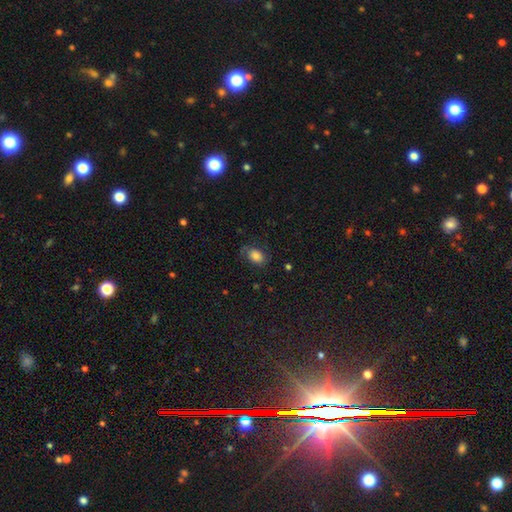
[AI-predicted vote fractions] Smooth or featured?
  - smooth: 73% *
  - featured or disk: 17%
  - star or artifact: 10%
How rounded?
  - in between: 82% *
  - round: 17%
  - cigar-shaped: 1%
Merging?
  - none: 66% *
  - minor disturbance: 22%
  - major disturbance: 10%
  - merger: 1%